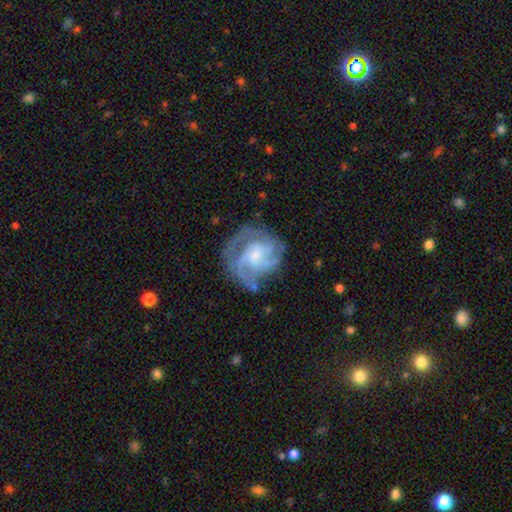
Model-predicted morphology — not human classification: smooth_or_featured: featured or disk (p=0.84) [alt: smooth p=0.10]
disk_edge_on: no (p=0.98) [alt: yes p=0.02]
bar: no (p=0.60) [alt: weak p=0.33]
has_spiral_arms: yes (p=0.95) [alt: no p=0.05]
spiral_winding: tight (p=0.46) [alt: medium p=0.43]
spiral_arm_count: 3 (p=0.38) [alt: can't tell p=0.19]
bulge_size: small (p=0.45) [alt: moderate p=0.36]
merging: none (p=0.66) [alt: minor disturbance p=0.19]